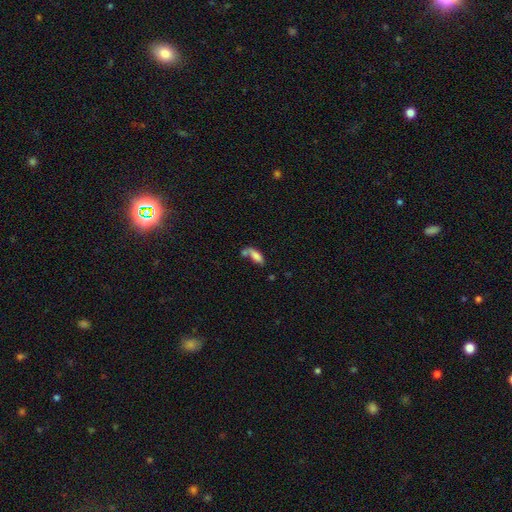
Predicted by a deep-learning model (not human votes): The model was most divided on "merging": merger: 41%, none: 35%, minor disturbance: 15%, major disturbance: 9%. More confident: smooth or featured — smooth (77%); how rounded — in between (69%).